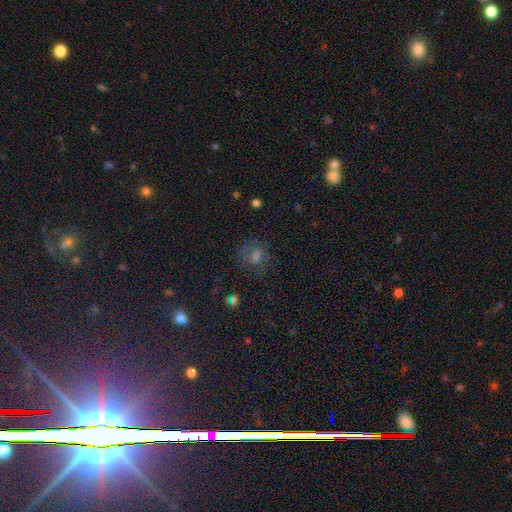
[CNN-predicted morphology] type=star or artifact (36%).